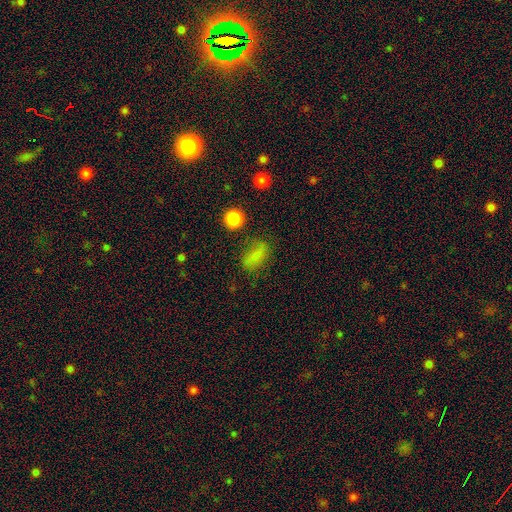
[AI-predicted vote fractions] Smooth or featured: smooth — 72% (star or artifact — 15%)
How rounded: in between — 78% (round — 16%)
Merging: none — 67% (minor disturbance — 20%)